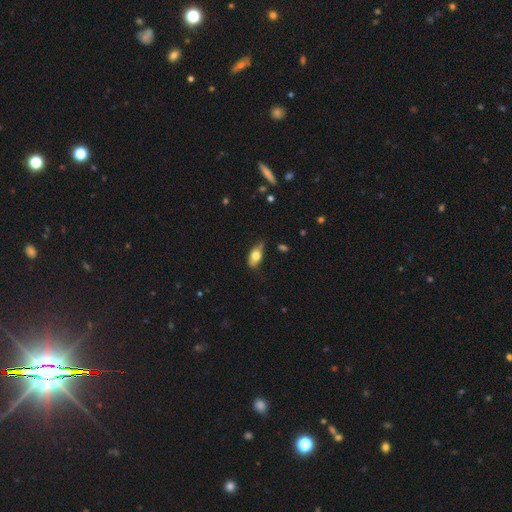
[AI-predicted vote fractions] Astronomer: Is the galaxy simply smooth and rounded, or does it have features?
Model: smooth — 69%.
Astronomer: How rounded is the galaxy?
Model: in between — 85%.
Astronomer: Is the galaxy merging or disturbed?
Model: none — 56% (runner-up: minor disturbance, 33%).